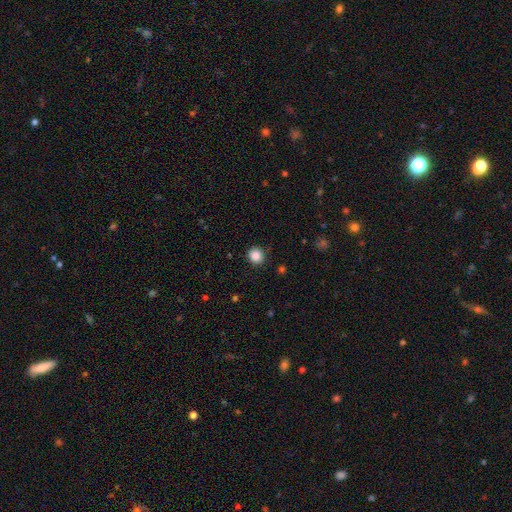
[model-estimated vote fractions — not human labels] Q: Smooth or featured?
A: smooth (87%); runner-up: star or artifact (10%)
Q: How rounded?
A: round (88%); runner-up: in between (11%)
Q: Merging?
A: none (90%); runner-up: minor disturbance (7%)